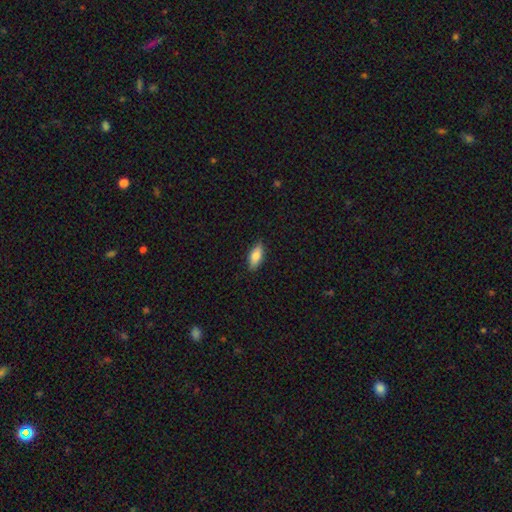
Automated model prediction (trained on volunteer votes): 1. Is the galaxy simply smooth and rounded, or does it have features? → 81% smooth, 12% featured or disk, 6% star or artifact.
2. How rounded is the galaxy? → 81% in between, 16% cigar-shaped, 3% round.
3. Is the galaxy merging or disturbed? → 87% none, 10% minor disturbance, 2% major disturbance, 1% merger.